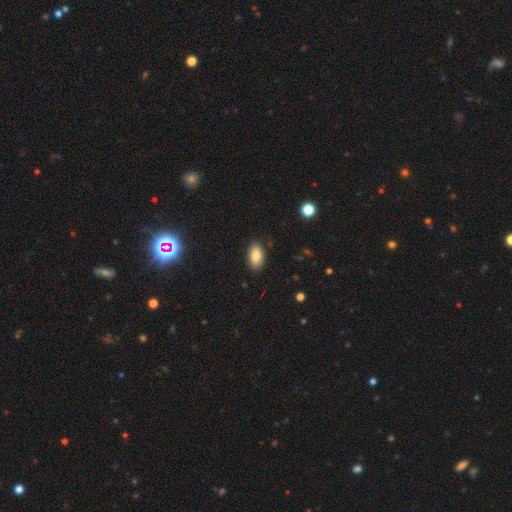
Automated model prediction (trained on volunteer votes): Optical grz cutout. It shows a smooth galaxy with no disk features (84%) that is in between round and cigar-shaped (93%). Merging: none (86%).